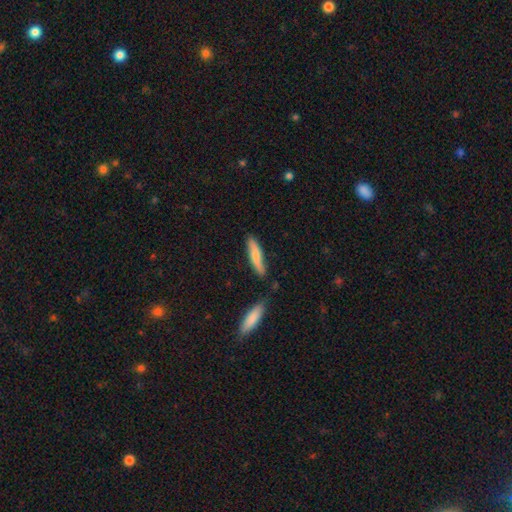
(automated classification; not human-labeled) smooth_or_featured: smooth (p=0.73) [alt: featured or disk p=0.22]
how_rounded: cigar-shaped (p=0.79) [alt: in between p=0.19]
merging: none (p=0.73) [alt: minor disturbance p=0.18]